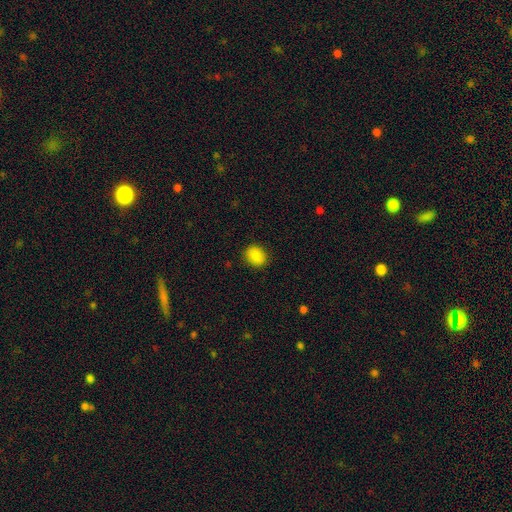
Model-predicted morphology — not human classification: smooth-or-featured: smooth: 86% | star or artifact: 9% | featured or disk: 5%
  how-rounded: round: 58% | in between: 41% | cigar-shaped: 1%
  merging: none: 89% | minor disturbance: 8% | major disturbance: 2% | merger: 1%